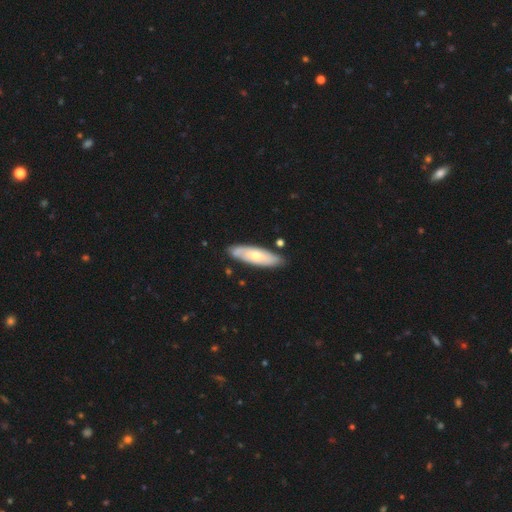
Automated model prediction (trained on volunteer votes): A featured or disk galaxy (50%). Merging: none (79%).